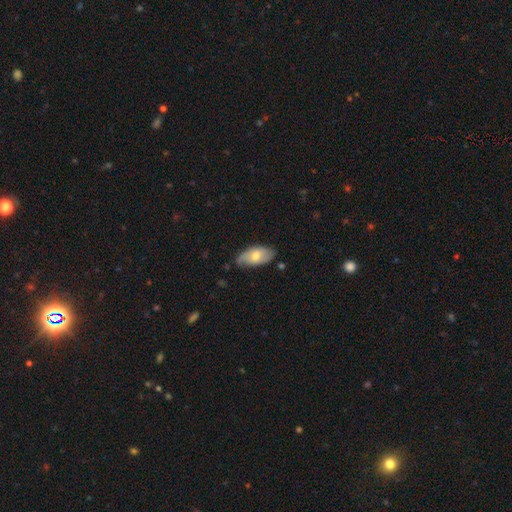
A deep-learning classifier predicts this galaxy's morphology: Smooth or featured?
  - smooth: 55% *
  - featured or disk: 38%
  - star or artifact: 6%
How rounded?
  - in between: 93% *
  - cigar-shaped: 4%
  - round: 3%
Merging?
  - none: 67% *
  - minor disturbance: 26%
  - major disturbance: 5%
  - merger: 2%